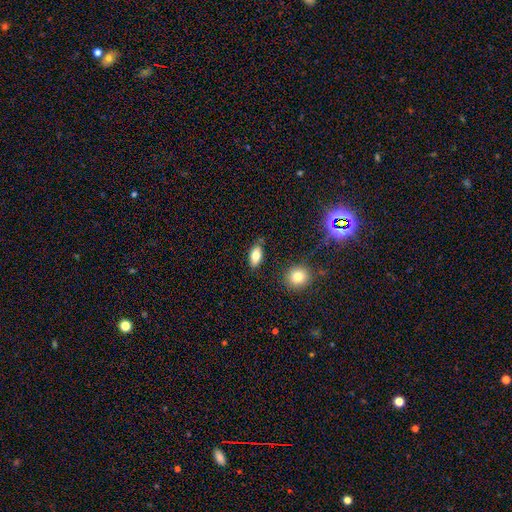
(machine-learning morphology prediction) type=smooth (79%); roundness=in between (89%); merging=none (82%).